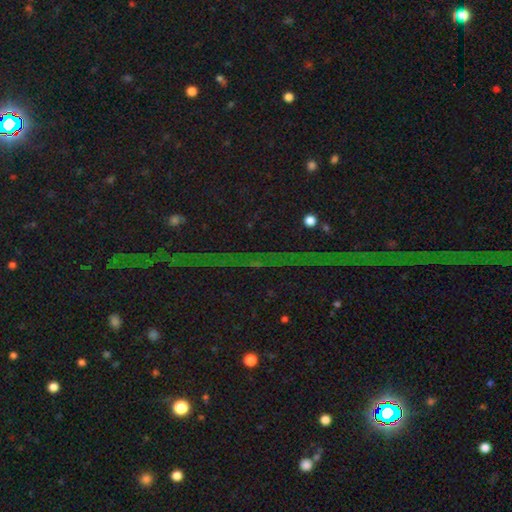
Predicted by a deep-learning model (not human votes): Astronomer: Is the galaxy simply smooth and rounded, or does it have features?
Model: star or artifact — 81%.